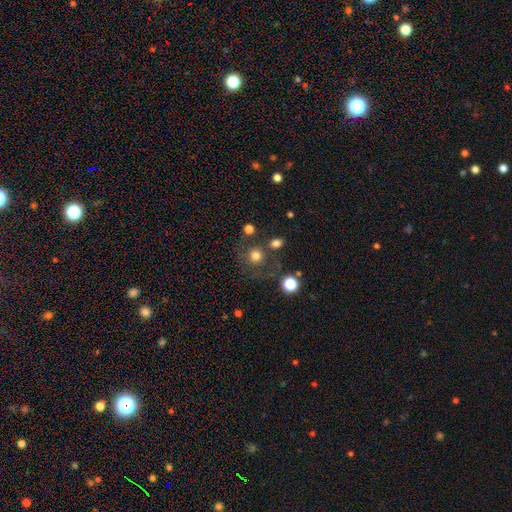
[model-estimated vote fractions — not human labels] Overall: smooth (75%). How rounded: round (90%). Merging: none (68%).